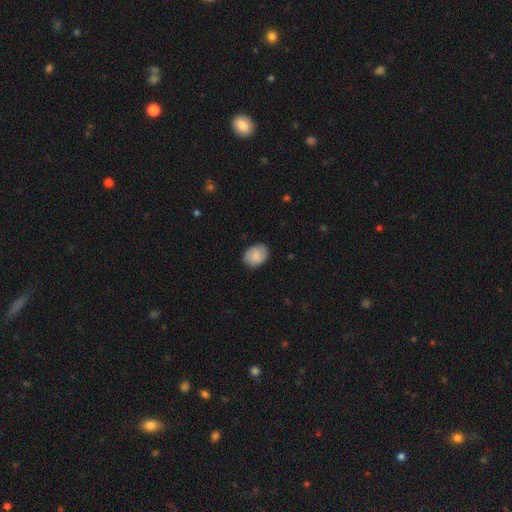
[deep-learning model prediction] Smooth or featured?
  - smooth: 83% *
  - featured or disk: 10%
  - star or artifact: 7%
How rounded?
  - in between: 66% *
  - round: 33%
  - cigar-shaped: 1%
Merging?
  - none: 82% *
  - minor disturbance: 14%
  - major disturbance: 3%
  - merger: 1%